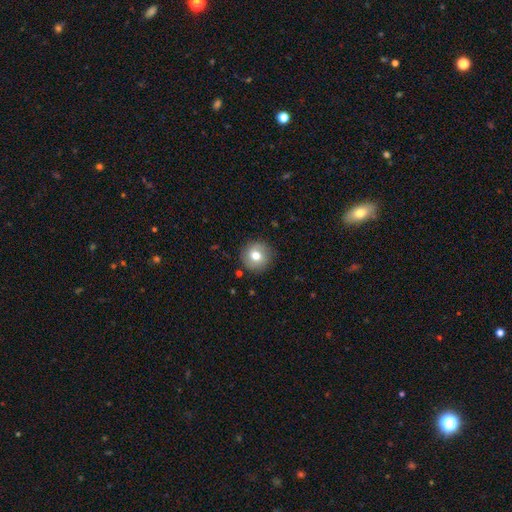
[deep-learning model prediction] Morphology: type=smooth (70%); roundness=round (93%); merging=none (86%).